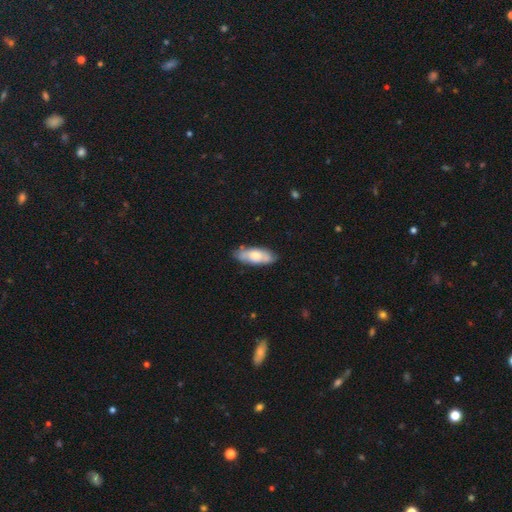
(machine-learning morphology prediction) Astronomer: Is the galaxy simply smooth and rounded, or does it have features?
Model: smooth — 64%.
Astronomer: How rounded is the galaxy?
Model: in between — 76%.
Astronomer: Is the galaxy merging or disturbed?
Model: none — 77%.